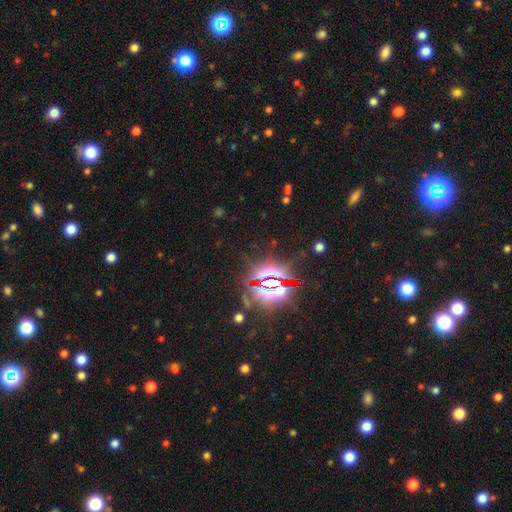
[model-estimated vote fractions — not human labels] Morphology: type=star or artifact (83%).